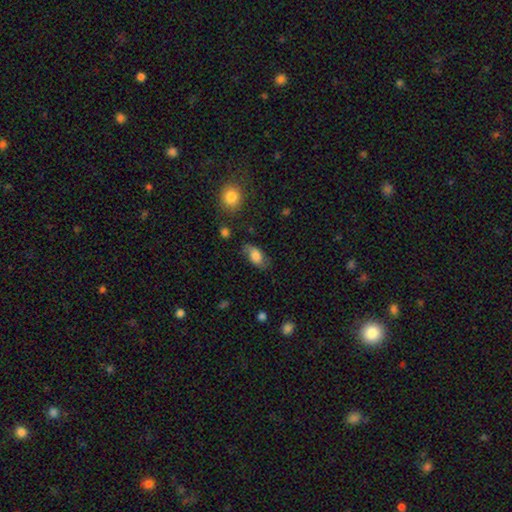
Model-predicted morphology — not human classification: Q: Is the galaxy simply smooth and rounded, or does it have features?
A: smooth — 71%.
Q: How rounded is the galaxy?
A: in between — 89%.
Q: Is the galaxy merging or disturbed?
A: none — 64%.